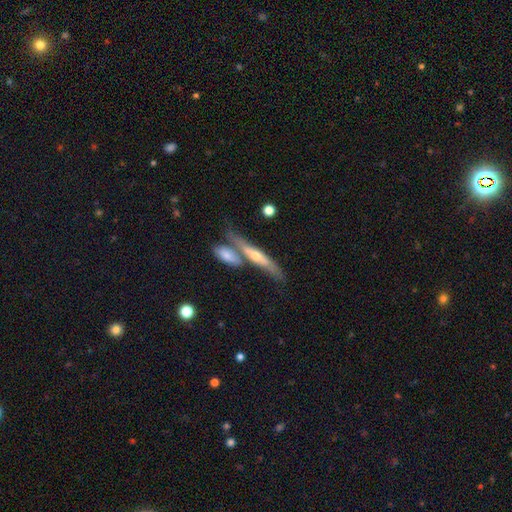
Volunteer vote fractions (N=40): This appears to be a featured or disk galaxy (62%) viewed edge-on (92%) with a rounded central bulge (87%). Merging: none (51%).